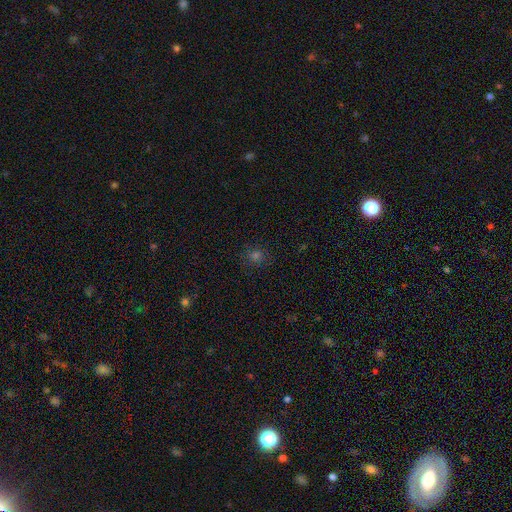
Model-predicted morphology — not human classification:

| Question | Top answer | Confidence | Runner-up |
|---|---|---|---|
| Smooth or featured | smooth | 59% | star or artifact (31%) |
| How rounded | round | 84% | in between (14%) |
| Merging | none | 86% | minor disturbance (9%) |